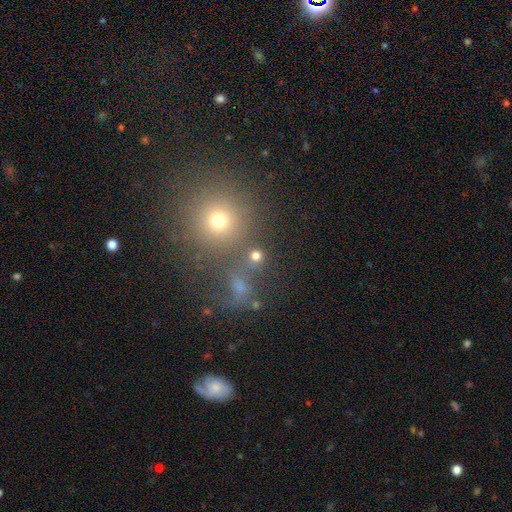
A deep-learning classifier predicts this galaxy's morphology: Overall: smooth (71%). How rounded: round (88%). Merging: none (67%).